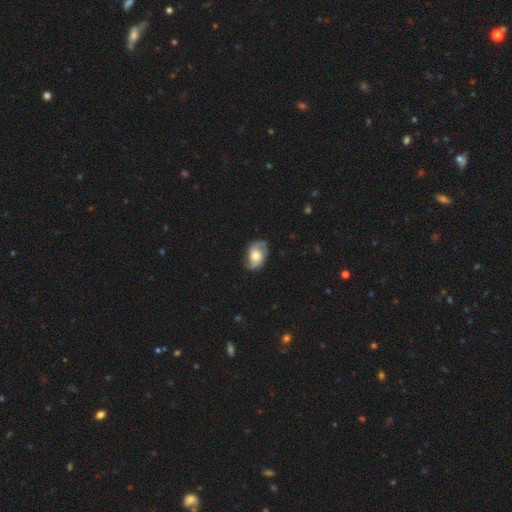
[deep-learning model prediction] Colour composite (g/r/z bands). It shows a featured or disk galaxy (70%) with no bar (67%), 2 (89%) medium (44%) spiral arms (92%) and a moderate central bulge (49%). Merging: none (75%).